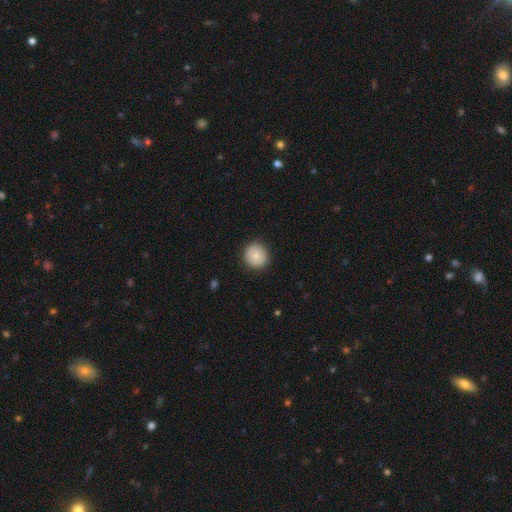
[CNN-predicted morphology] smooth 82%, featured or disk 10%, star or artifact 8%. Down the decision tree: how rounded — round (94%); merging — none (89%).